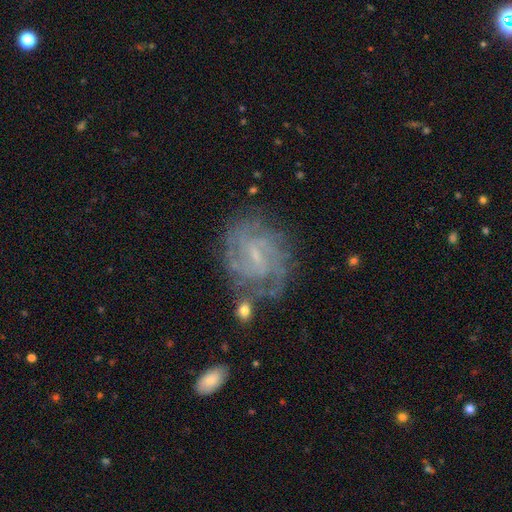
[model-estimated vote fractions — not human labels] Morphology: type=featured or disk (84%); edge-on=no (97%); bar=weak (57%); spiral arms=yes (95%); winding=tight (53%); arm count=can't tell (31%); bulge=small (71%); merging=none (69%).